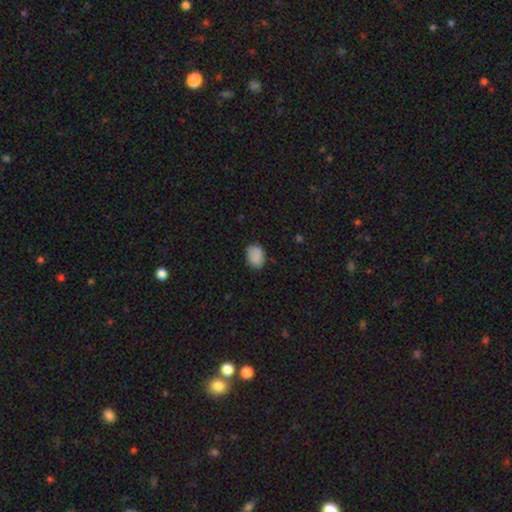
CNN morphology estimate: A smooth galaxy with no disk features (88%) that is in between round and cigar-shaped (73%).

Vote fractions:
- Smooth or featured? smooth: 88% / star or artifact: 8% / featured or disk: 4%
- How rounded? in between: 73% / round: 26% / cigar-shaped: 1%
- Merging? none: 80% / minor disturbance: 16% / major disturbance: 3% / merger: 1%